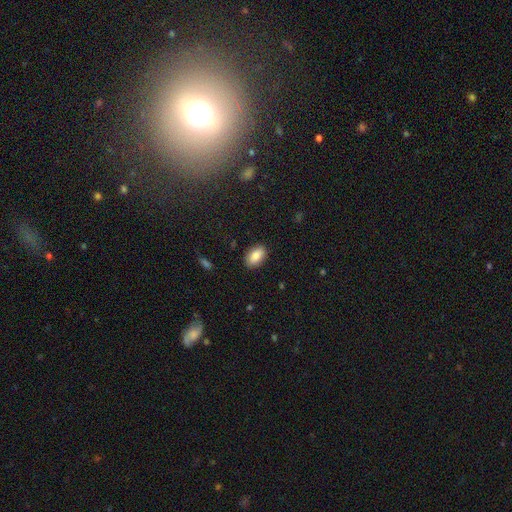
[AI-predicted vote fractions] Smooth or featured? Predicted: smooth (p=0.86). How rounded? Predicted: in between (p=0.92). Merging? Predicted: none (p=0.88).